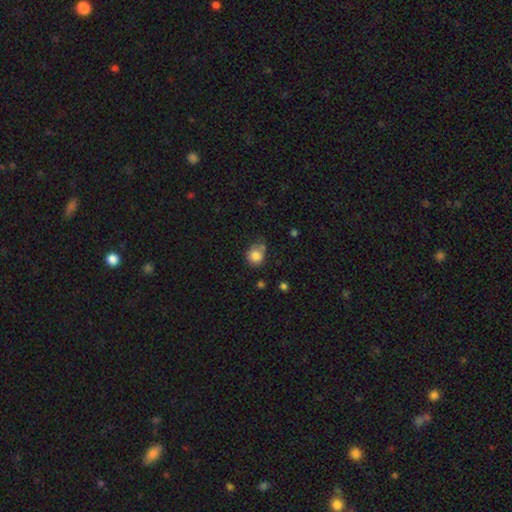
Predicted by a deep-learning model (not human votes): Overall: smooth (84%). How rounded: round (81%). Merging: none (59%; minor disturbance 25%).